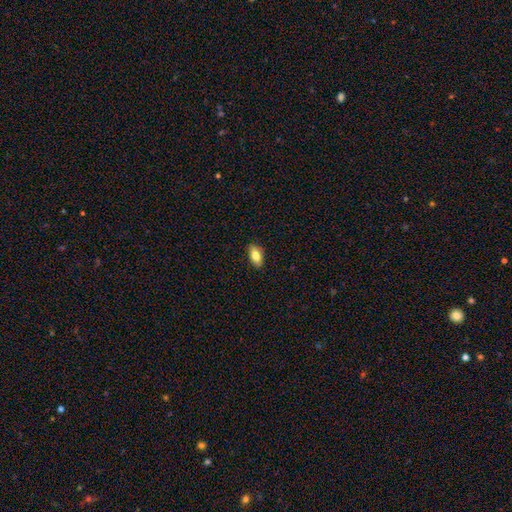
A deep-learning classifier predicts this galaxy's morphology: A smooth galaxy with no disk features (79%) that is in between round and cigar-shaped (89%).

Vote fractions:
- Smooth or featured? smooth: 79% / featured or disk: 14% / star or artifact: 7%
- How rounded? in between: 89% / cigar-shaped: 6% / round: 5%
- Merging? none: 87% / minor disturbance: 10% / major disturbance: 2% / merger: 1%